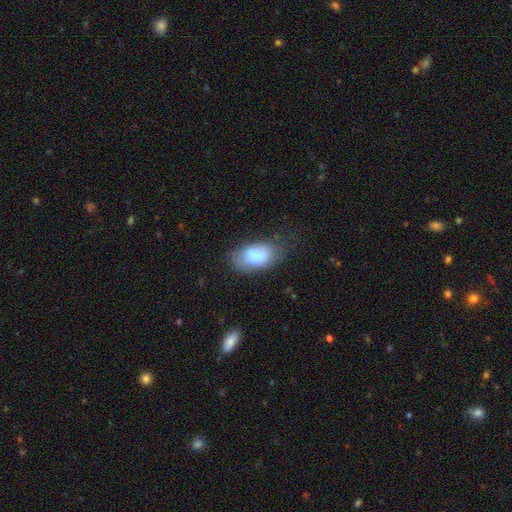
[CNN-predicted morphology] Smooth or featured? Predicted: smooth (p=0.78). How rounded? Predicted: in between (p=0.92). Merging? Predicted: none (p=0.49).